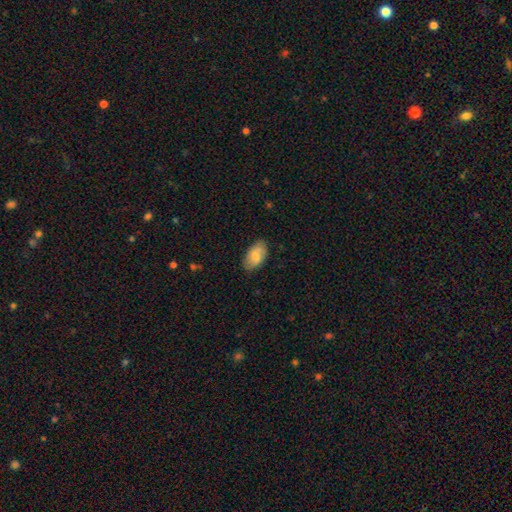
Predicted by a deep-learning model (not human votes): Morphology: type=smooth (81%); roundness=in between (94%); merging=none (82%).